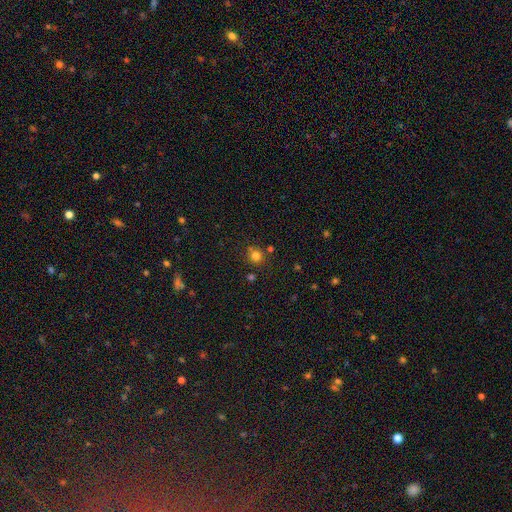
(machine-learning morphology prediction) Q: Smooth or featured?
A: smooth (78%); runner-up: star or artifact (16%)
Q: How rounded?
A: round (86%); runner-up: in between (13%)
Q: Merging?
A: none (76%); runner-up: minor disturbance (12%)